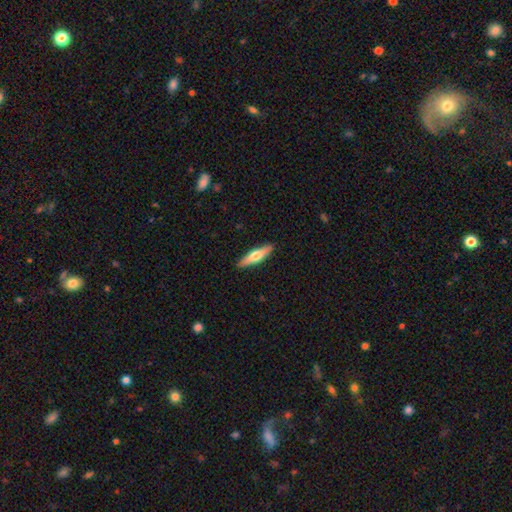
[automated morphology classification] smooth 50%, featured or disk 45%, star or artifact 5%. Down the decision tree: merging — none (90%).